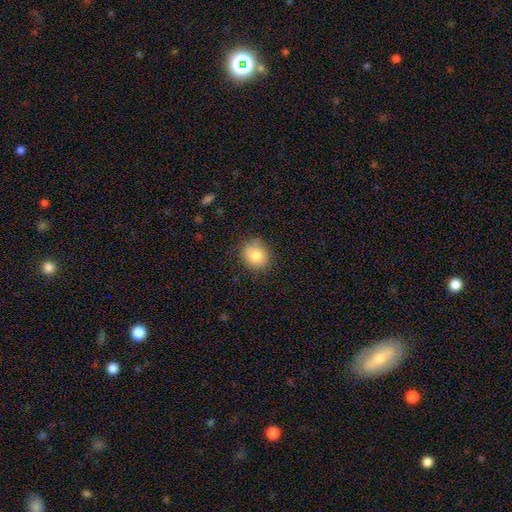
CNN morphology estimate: This is clearly a smooth galaxy (82%). How rounded: likely round (75%). Merging: likely none (76%).